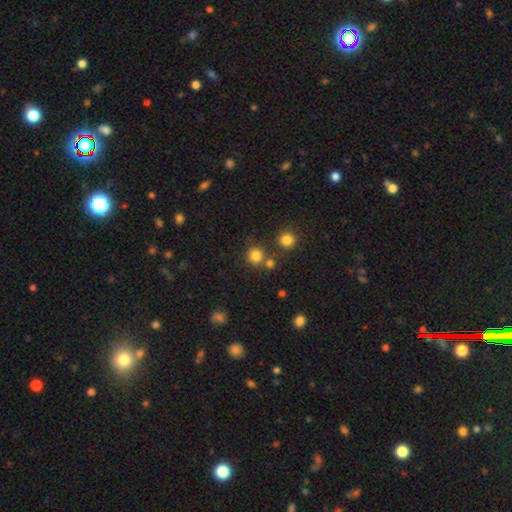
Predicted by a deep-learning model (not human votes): Overall: smooth (80%). How rounded: round (91%). Merging: none (72%).